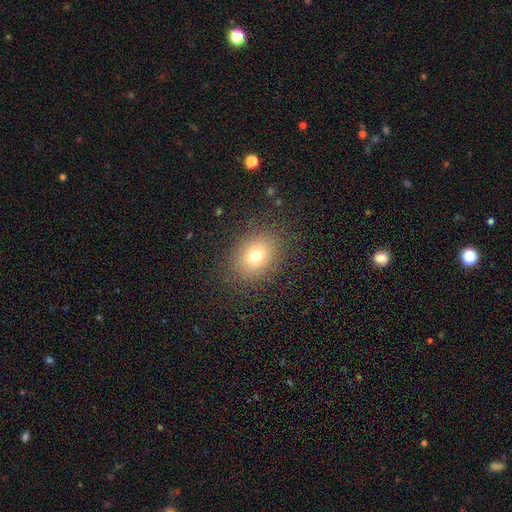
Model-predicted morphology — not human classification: This appears to be a smooth galaxy with no disk features (73%) that is in between round and cigar-shaped (50%). Merging: none (85%).